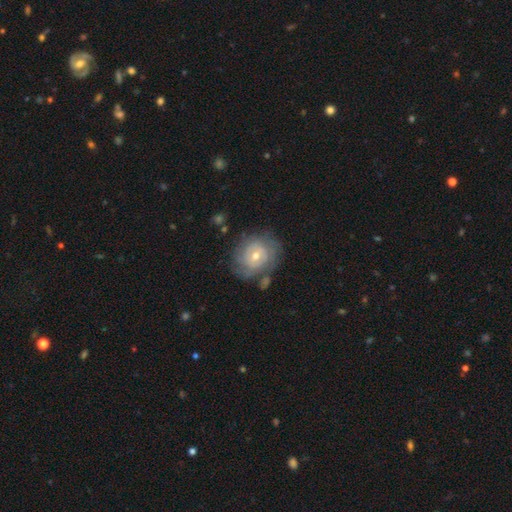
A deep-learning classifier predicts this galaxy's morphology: smooth-or-featured: featured or disk: 70% | smooth: 22% | star or artifact: 8%
  disk-edge-on: no: 97% | yes: 3%
    bar: no: 72% | weak: 23% | strong: 5%
    has-spiral-arms: yes: 81% | no: 19%
      spiral-winding: tight: 74% | medium: 20% | loose: 7%
      spiral-arm-count: can't tell: 51% | 2: 23% | 3: 11% | 4: 5% | 1: 5% | more than 4: 4%
    bulge-size: moderate: 52% | small: 44% | large: 2% | none: 1% | dominant: 1%
  merging: none: 68% | minor disturbance: 18% | major disturbance: 9% | merger: 5%